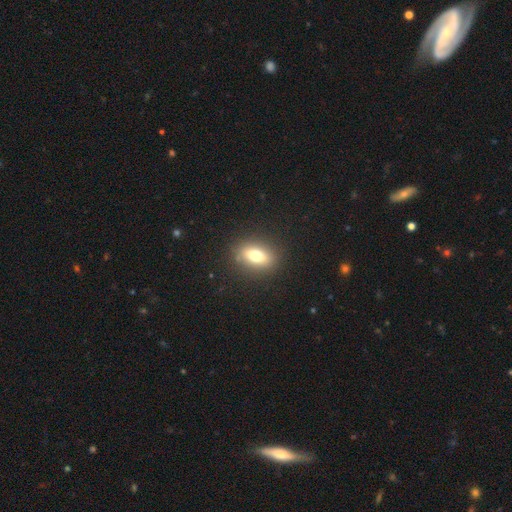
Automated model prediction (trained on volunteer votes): Smooth or featured? Predicted: smooth (p=0.70). How rounded? Predicted: in between (p=0.72). Merging? Predicted: none (p=0.87).